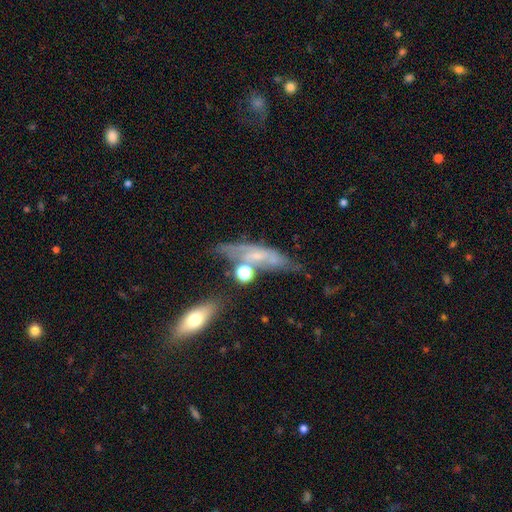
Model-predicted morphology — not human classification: A featured or disk galaxy (60%).

Vote fractions:
- Smooth or featured? featured or disk: 60% / smooth: 30% / star or artifact: 11%
- Edge-on disk? no: 60% / yes: 40%
- Merging? none: 44% / minor disturbance: 26% / major disturbance: 16% / merger: 14%